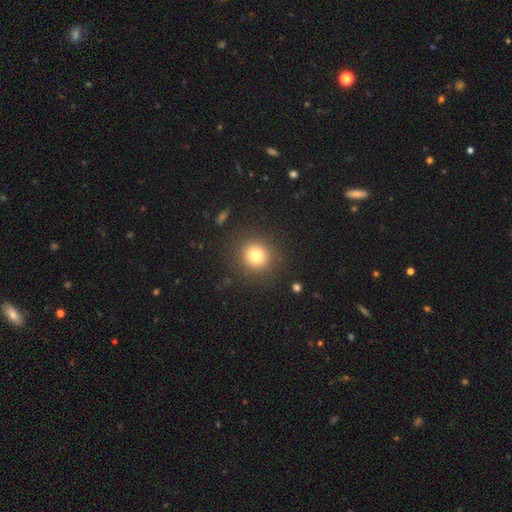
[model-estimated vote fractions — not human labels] Smooth or featured? Predicted: smooth (p=0.78). How rounded? Predicted: round (p=0.92). Merging? Predicted: none (p=0.88).